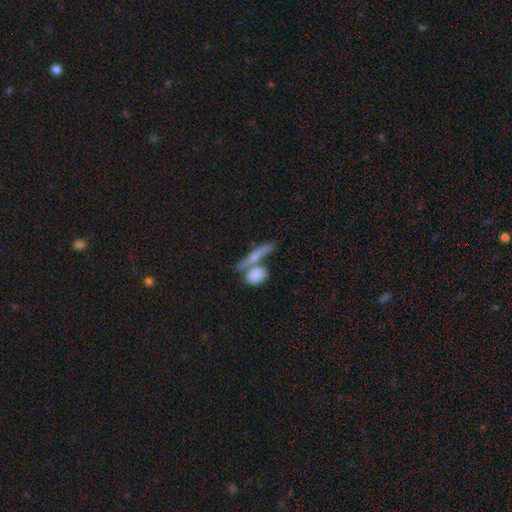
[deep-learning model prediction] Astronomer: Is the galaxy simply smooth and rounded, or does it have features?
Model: smooth — 63%.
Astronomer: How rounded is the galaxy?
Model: cigar-shaped — 59%.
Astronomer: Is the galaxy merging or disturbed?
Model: none — 46% (runner-up: merger, 37%).